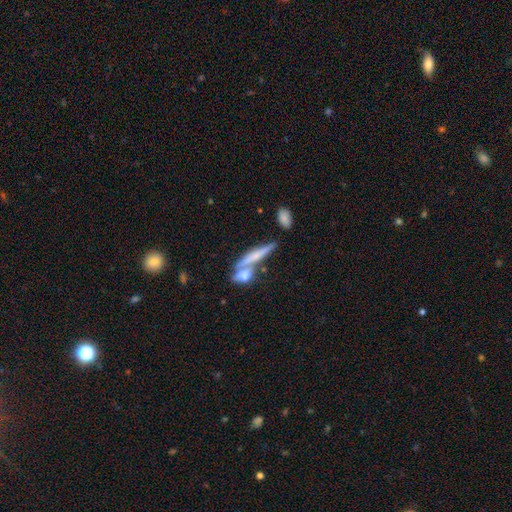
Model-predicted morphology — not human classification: smooth 51%, featured or disk 41%, star or artifact 8%. Down the decision tree: how rounded — cigar-shaped (80%); merging — none (47%).